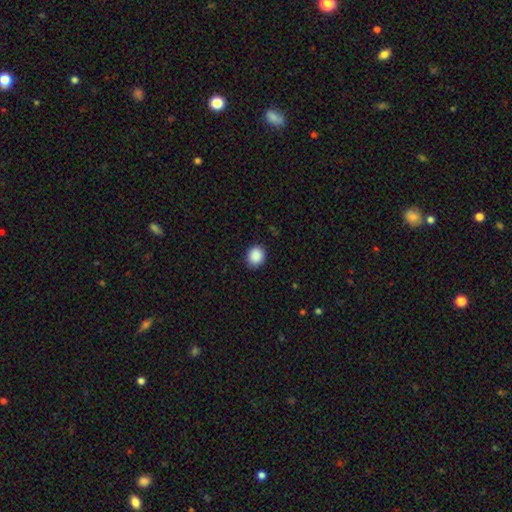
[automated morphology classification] Smooth or featured?
  - smooth: 89% *
  - star or artifact: 8%
  - featured or disk: 2%
How rounded?
  - round: 72% *
  - in between: 27%
  - cigar-shaped: 1%
Merging?
  - none: 88% *
  - minor disturbance: 9%
  - major disturbance: 2%
  - merger: 1%